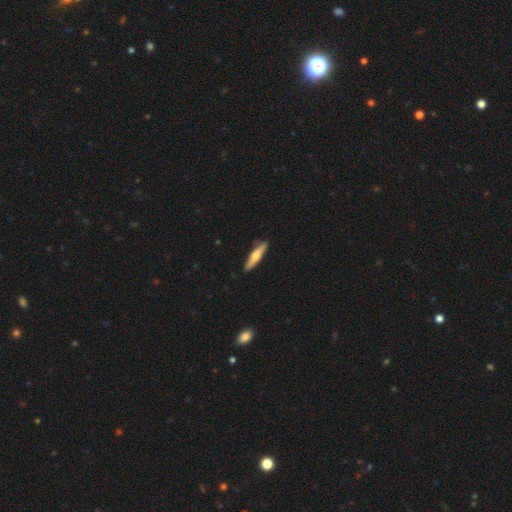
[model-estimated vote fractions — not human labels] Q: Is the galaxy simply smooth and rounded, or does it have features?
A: smooth — 57%.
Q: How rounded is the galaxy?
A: cigar-shaped — 84%.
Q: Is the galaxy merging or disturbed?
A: none — 88%.